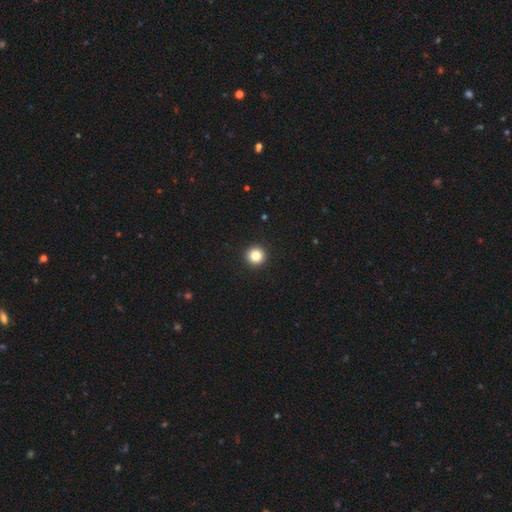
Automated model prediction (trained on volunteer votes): Smooth or featured: smooth — 83% (star or artifact — 11%)
How rounded: round — 96% (in between — 3%)
Merging: none — 94% (minor disturbance — 4%)